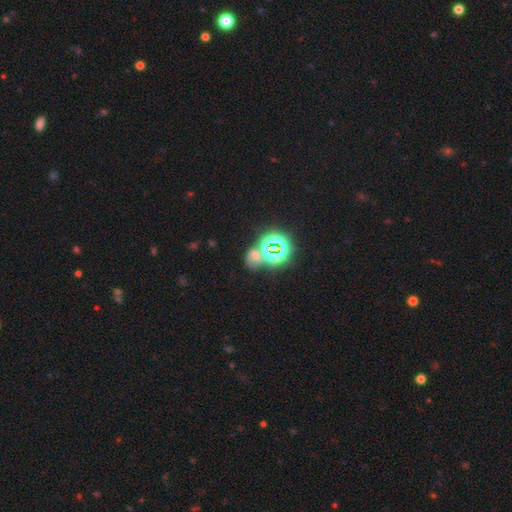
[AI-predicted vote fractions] smooth-or-featured: star or artifact: 50% | smooth: 32% | featured or disk: 18%